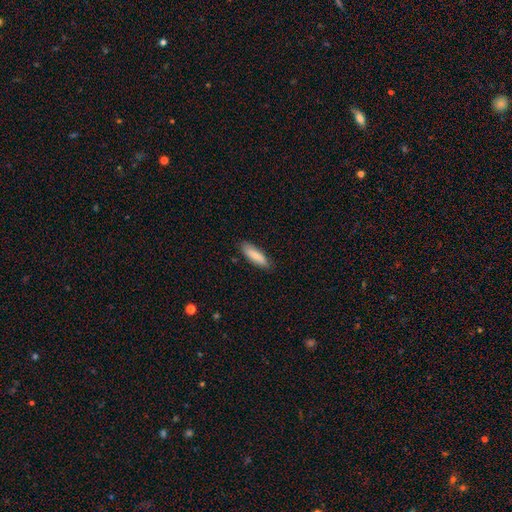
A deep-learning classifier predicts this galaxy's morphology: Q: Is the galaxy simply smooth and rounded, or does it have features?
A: smooth — 83%.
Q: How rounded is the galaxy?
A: cigar-shaped — 51%.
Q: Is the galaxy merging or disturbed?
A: none — 84%.